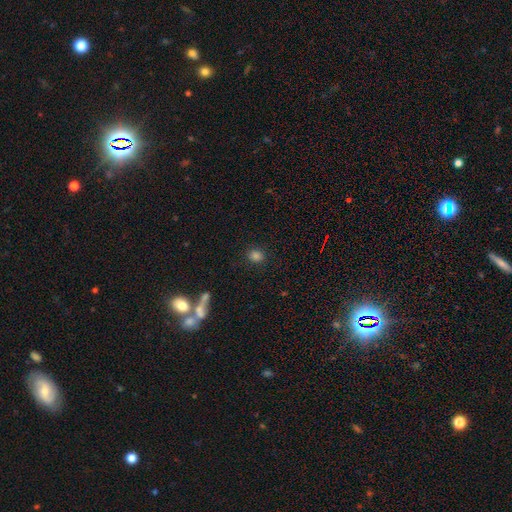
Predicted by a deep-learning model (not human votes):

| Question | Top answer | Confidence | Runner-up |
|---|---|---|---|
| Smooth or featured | smooth | 80% | star or artifact (14%) |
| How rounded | round | 55% | in between (43%) |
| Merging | none | 86% | minor disturbance (8%) |